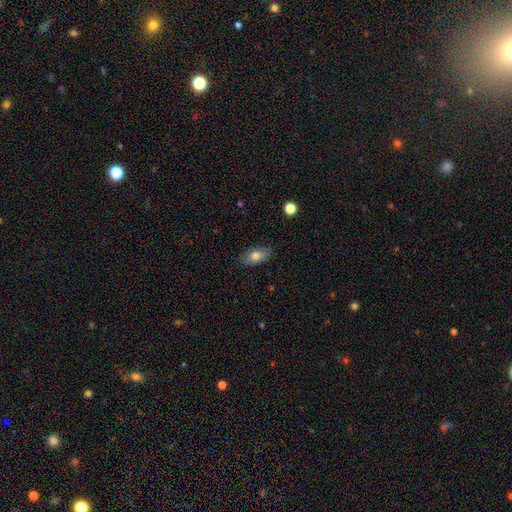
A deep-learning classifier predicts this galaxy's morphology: Overall: smooth (76%). How rounded: in between (90%). Merging: none (84%).